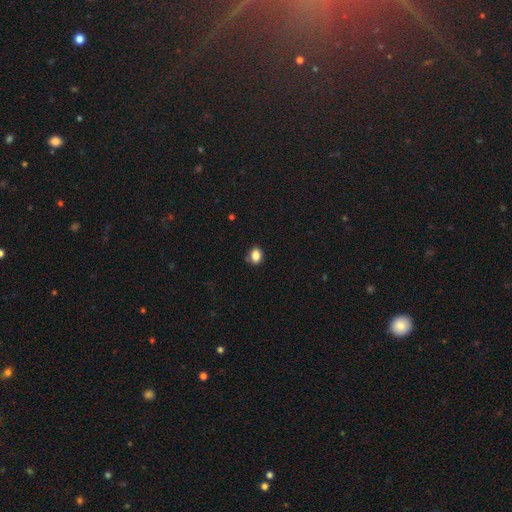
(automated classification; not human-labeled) A smooth galaxy with no disk features (84%) that is in between round and cigar-shaped (65%). Merging: none (76%).